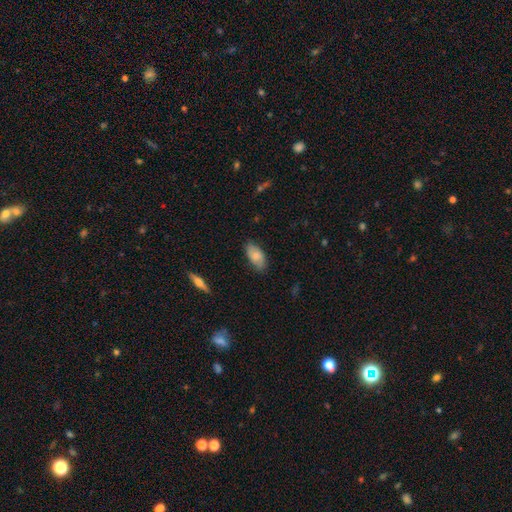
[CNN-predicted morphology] smooth 80%, featured or disk 13%, star or artifact 7%. Down the decision tree: how rounded — in between (93%); merging — none (78%).